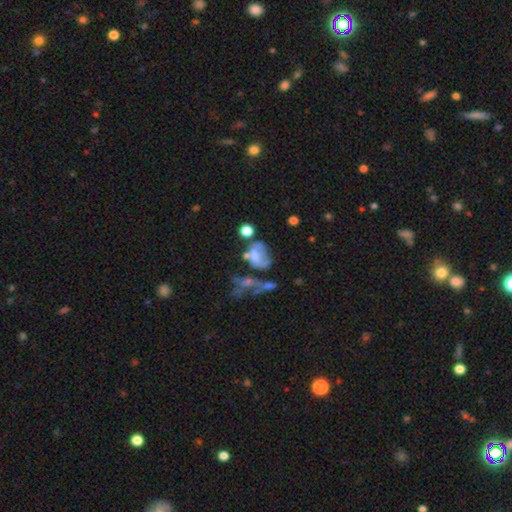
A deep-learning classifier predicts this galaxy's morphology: This appears to be a smooth galaxy with no disk features (44%). Merging: major disturbance (36%).